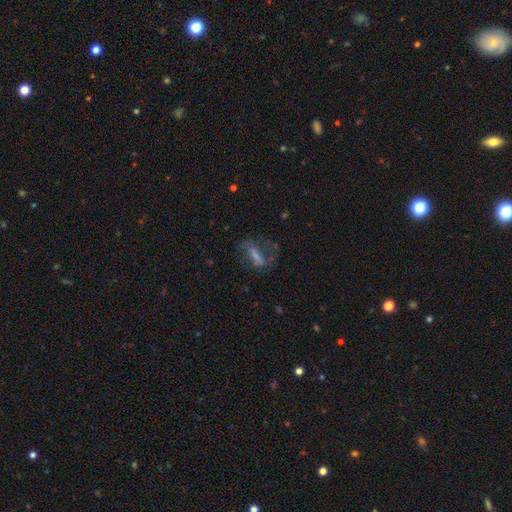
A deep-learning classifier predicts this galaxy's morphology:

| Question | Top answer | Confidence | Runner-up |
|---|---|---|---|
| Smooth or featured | featured or disk | 45% | smooth (35%) |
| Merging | none | 51% | major disturbance (27%) |